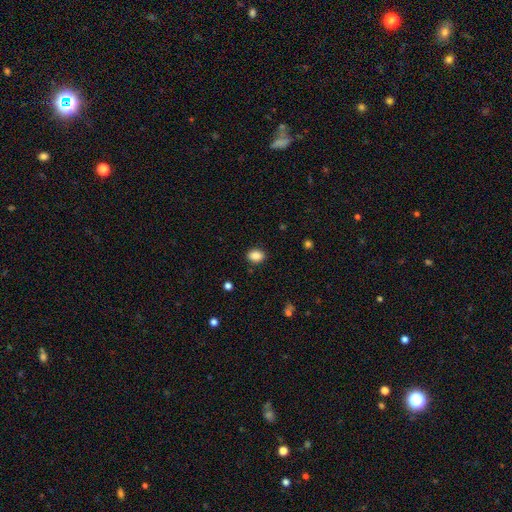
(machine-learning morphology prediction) The model was most divided on "how rounded": in between: 68%, round: 31%, cigar-shaped: 1%. More confident: merging — none (88%); smooth or featured — smooth (88%).